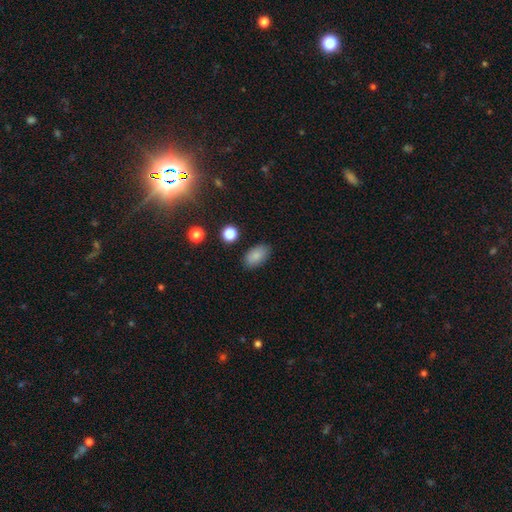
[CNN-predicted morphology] smooth-or-featured: smooth: 86% | star or artifact: 8% | featured or disk: 6%
  how-rounded: in between: 92% | round: 6% | cigar-shaped: 2%
  merging: none: 86% | minor disturbance: 10% | major disturbance: 3% | merger: 2%